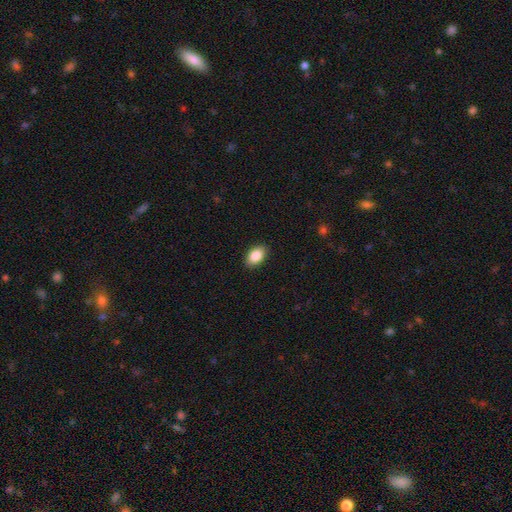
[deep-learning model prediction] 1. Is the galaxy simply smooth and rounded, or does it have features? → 88% smooth, 7% star or artifact, 5% featured or disk.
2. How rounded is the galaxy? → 90% in between, 8% round, 2% cigar-shaped.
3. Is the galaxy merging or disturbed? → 89% none, 8% minor disturbance, 2% major disturbance, 1% merger.